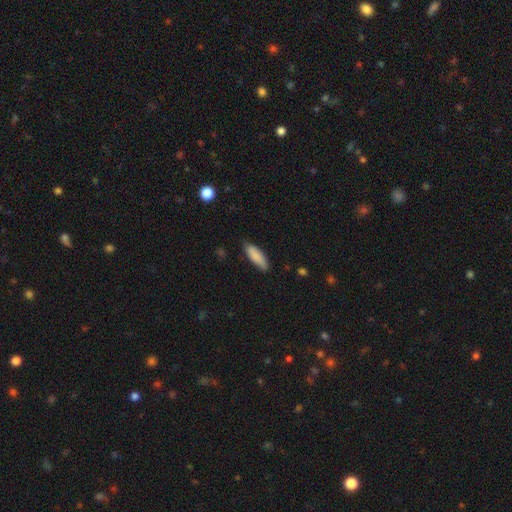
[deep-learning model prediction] Smooth or featured: smooth — 86% (featured or disk — 8%)
How rounded: in between — 54% (cigar-shaped — 44%)
Merging: none — 78% (minor disturbance — 18%)